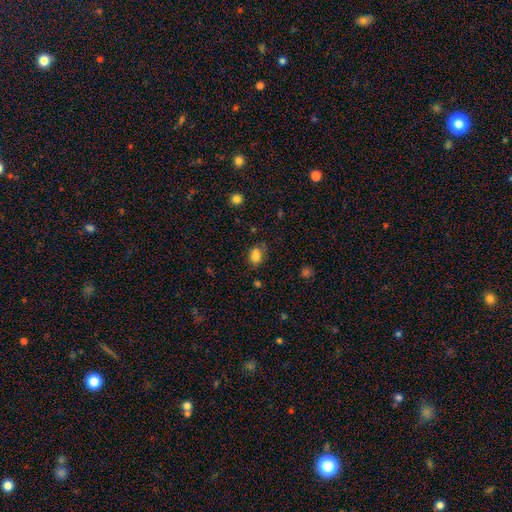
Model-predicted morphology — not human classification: smooth-or-featured: smooth: 82% | star or artifact: 10% | featured or disk: 8%
  how-rounded: in between: 76% | round: 23% | cigar-shaped: 1%
  merging: none: 66% | minor disturbance: 24% | major disturbance: 8% | merger: 2%